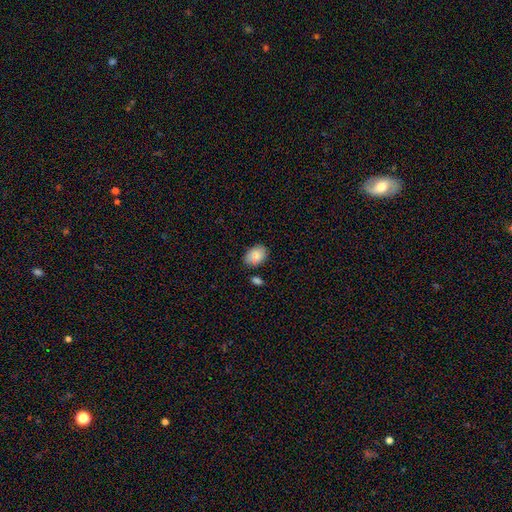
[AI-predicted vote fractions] Overall: smooth (81%). How rounded: in between (81%). Merging: none (72%).